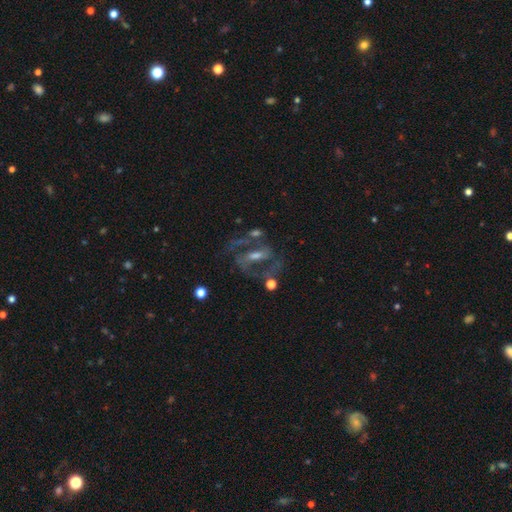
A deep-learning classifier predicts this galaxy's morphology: The model was most divided on "bulge size": small: 44%, moderate: 42%, none: 7%, large: 6%, dominant: 1%. More confident: edge-on disk — no (92%); spiral arms — yes (87%); spiral arm count — 2 (86%); smooth or featured — featured or disk (82%); merging — none (57%); bar — strong (54%); spiral winding — medium (54%).